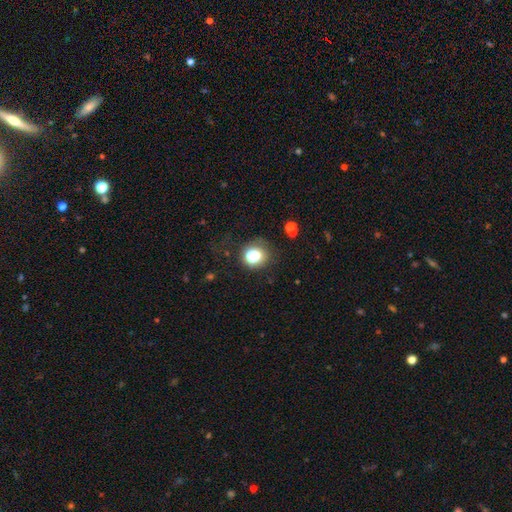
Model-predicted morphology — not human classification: Smooth or featured? Predicted: smooth (p=0.69). How rounded? Predicted: round (p=0.78). Merging? Predicted: none (p=0.66).